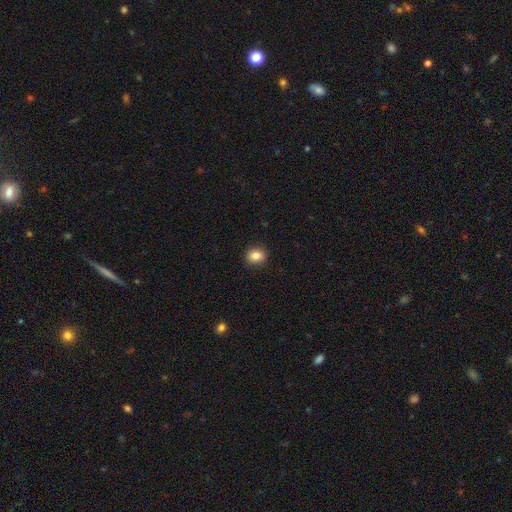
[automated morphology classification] smooth-or-featured: smooth: 85% | star or artifact: 10% | featured or disk: 5%
  how-rounded: round: 69% | in between: 30% | cigar-shaped: 1%
  merging: none: 90% | minor disturbance: 7% | major disturbance: 2% | merger: 1%